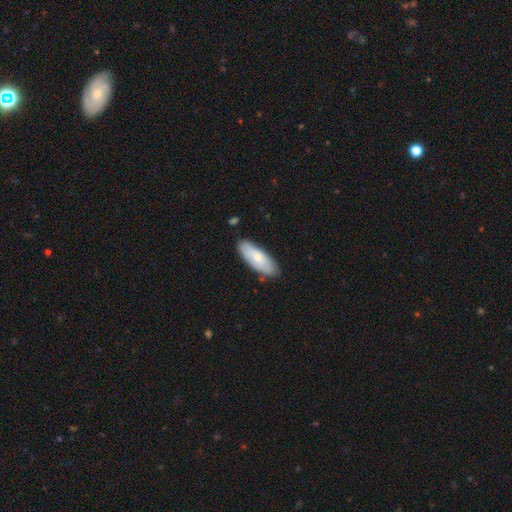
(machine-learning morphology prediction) type=smooth (72%); roundness=in between (73%); merging=none (81%).